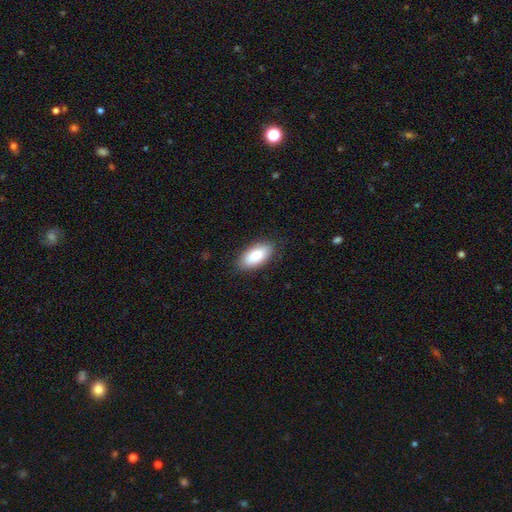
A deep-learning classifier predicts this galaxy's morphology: This is clearly a smooth galaxy (85%). How rounded: clearly in between (90%). Merging: clearly none (85%).